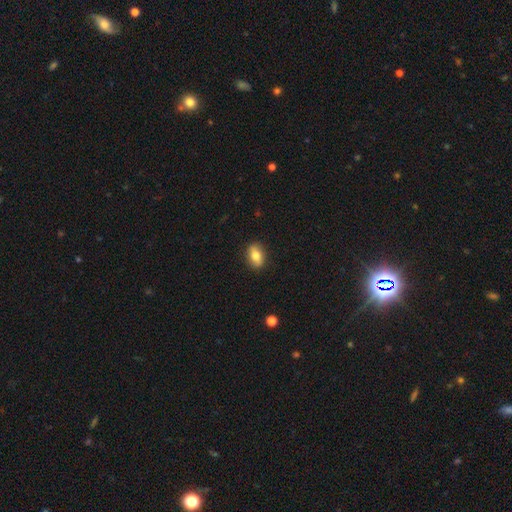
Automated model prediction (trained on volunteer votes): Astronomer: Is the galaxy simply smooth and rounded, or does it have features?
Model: smooth — 77%.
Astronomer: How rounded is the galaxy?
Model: in between — 82%.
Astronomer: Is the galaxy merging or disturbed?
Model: none — 88%.